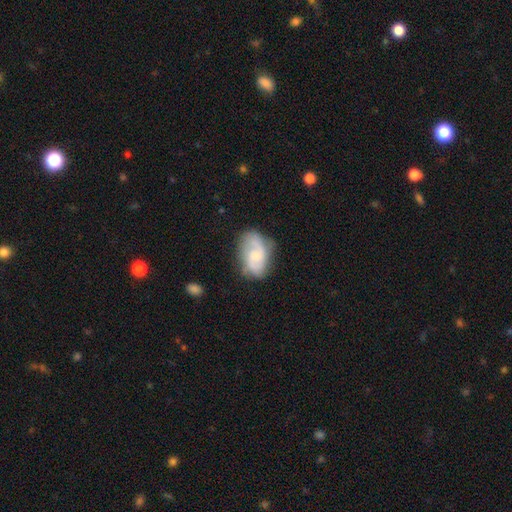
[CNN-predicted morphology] type=featured or disk (62%); edge-on=no (96%); bar=no (65%); spiral arms=yes (86%); winding=medium (44%); arm count=2 (68%); bulge=small (53%); merging=none (63%).